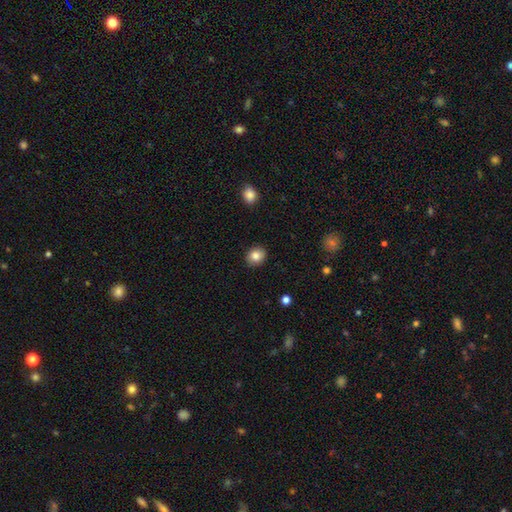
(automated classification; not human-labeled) A smooth galaxy with no disk features (84%) that is round (65%).

Vote fractions:
- Smooth or featured? smooth: 84% / star or artifact: 9% / featured or disk: 7%
- How rounded? round: 65% / in between: 34% / cigar-shaped: 1%
- Merging? none: 89% / minor disturbance: 8% / major disturbance: 2% / merger: 1%